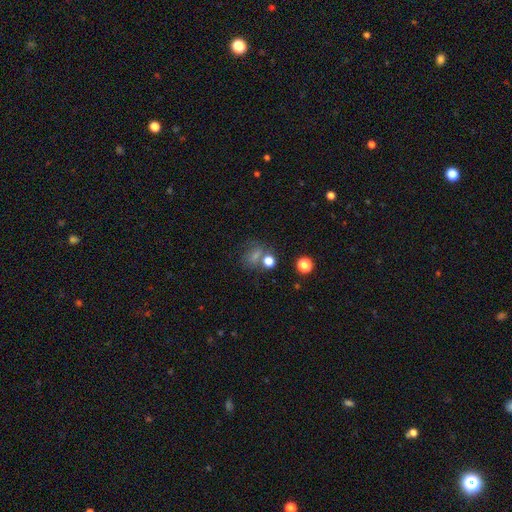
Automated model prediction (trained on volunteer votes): Q: Smooth or featured?
A: smooth (64%); runner-up: star or artifact (23%)
Q: How rounded?
A: round (52%); runner-up: in between (45%)
Q: Merging?
A: none (54%); runner-up: merger (20%)